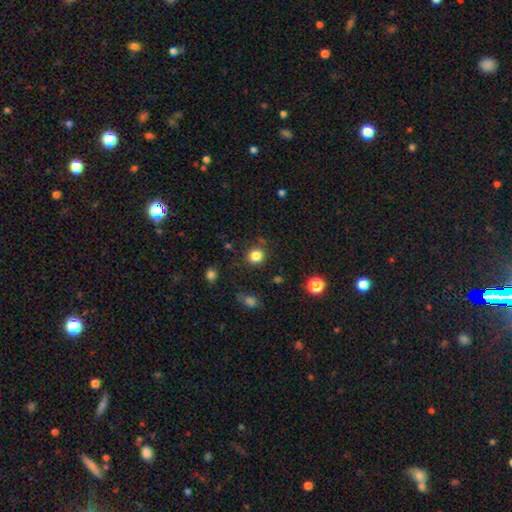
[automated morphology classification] Smooth or featured?
  - smooth: 83% *
  - star or artifact: 12%
  - featured or disk: 5%
How rounded?
  - round: 89% *
  - in between: 10%
  - cigar-shaped: 1%
Merging?
  - none: 86% *
  - minor disturbance: 9%
  - major disturbance: 3%
  - merger: 3%